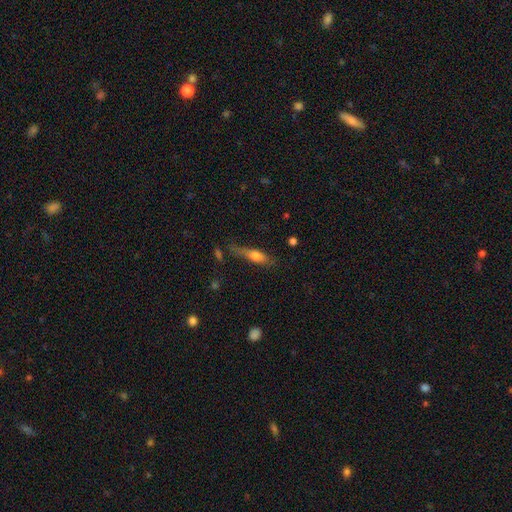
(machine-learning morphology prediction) Smooth or featured?
  - smooth: 63% *
  - featured or disk: 28%
  - star or artifact: 9%
How rounded?
  - cigar-shaped: 61% *
  - in between: 36%
  - round: 3%
Merging?
  - none: 52% *
  - minor disturbance: 28%
  - major disturbance: 14%
  - merger: 6%